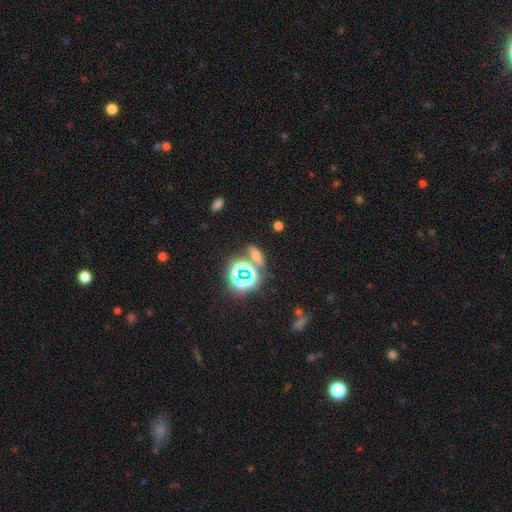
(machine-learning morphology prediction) smooth_or_featured: smooth (p=0.47) [alt: star or artifact p=0.40]
merging: none (p=0.70) [alt: merger p=0.14]